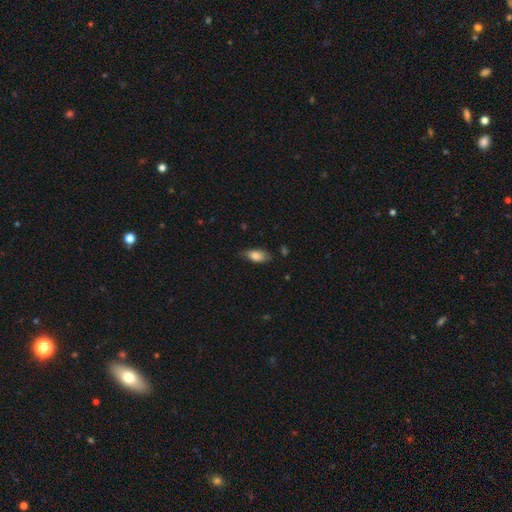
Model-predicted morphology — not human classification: Smooth or featured? smooth (81%)
How rounded? in between (87%)
Merging? none (71%)